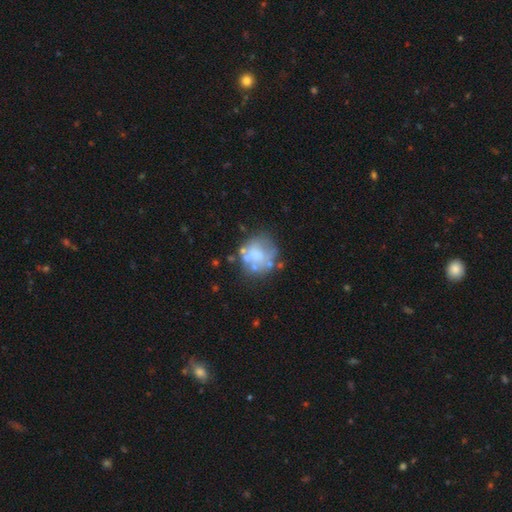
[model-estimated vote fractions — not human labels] Overall: featured or disk (45%; smooth 44%). Merging: none (52%; minor disturbance 20%).